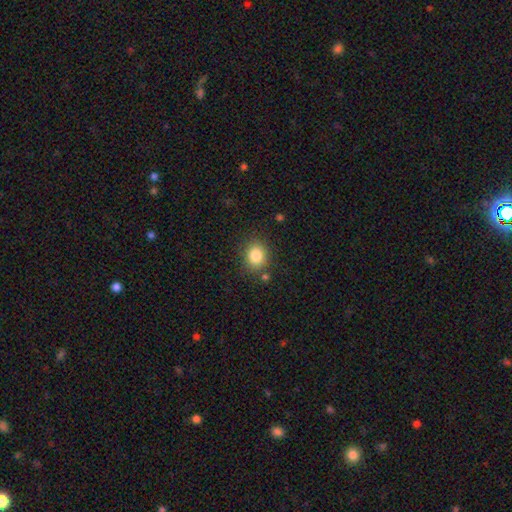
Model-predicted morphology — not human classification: smooth_or_featured: smooth (p=0.84) [alt: star or artifact p=0.10]
how_rounded: round (p=0.66) [alt: in between p=0.33]
merging: none (p=0.81) [alt: minor disturbance p=0.11]